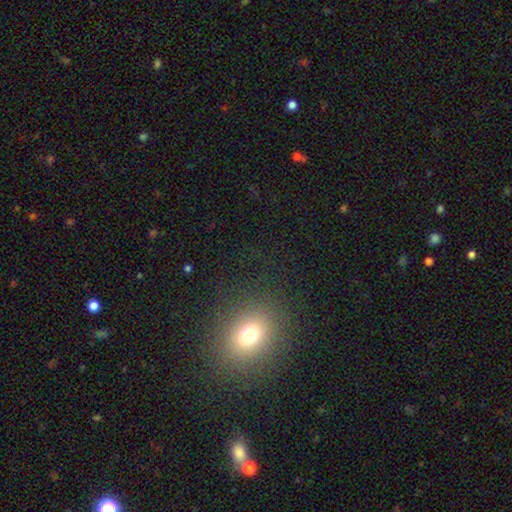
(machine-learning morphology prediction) smooth 65%, star or artifact 25%, featured or disk 10%. Down the decision tree: how rounded — round (55%); merging — none (89%).